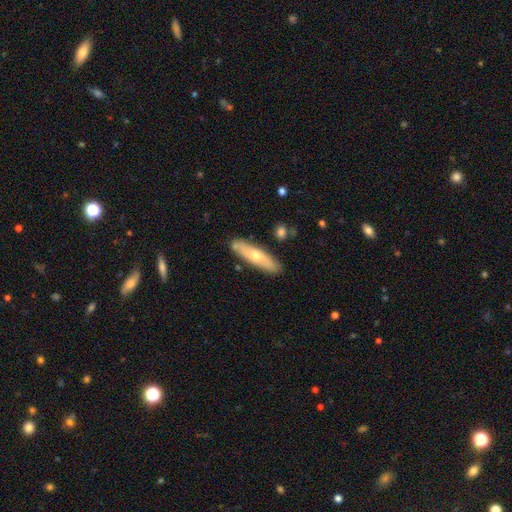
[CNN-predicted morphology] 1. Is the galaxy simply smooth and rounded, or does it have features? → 54% smooth, 40% featured or disk, 6% star or artifact.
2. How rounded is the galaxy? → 70% cigar-shaped, 28% in between, 2% round.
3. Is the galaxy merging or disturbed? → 84% none, 11% minor disturbance, 3% merger, 2% major disturbance.